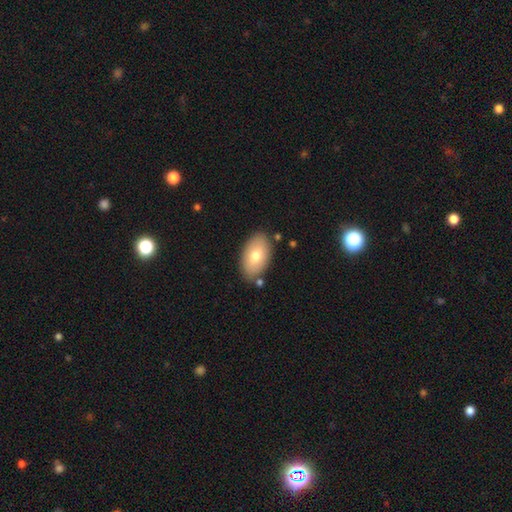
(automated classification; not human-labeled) The model was most divided on "smooth or featured": smooth: 73%, featured or disk: 21%, star or artifact: 7%. More confident: how rounded — in between (93%); merging — none (80%).